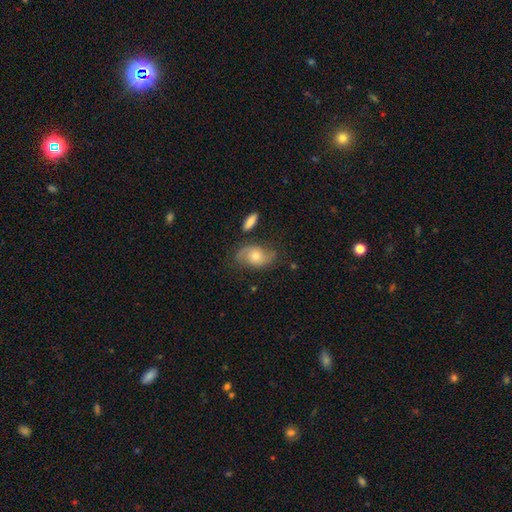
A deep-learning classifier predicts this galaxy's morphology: smooth_or_featured: featured or disk (p=0.60) [alt: smooth p=0.32]
disk_edge_on: no (p=0.95) [alt: yes p=0.05]
bar: no (p=0.75) [alt: weak p=0.21]
has_spiral_arms: yes (p=0.87) [alt: no p=0.13]
bulge_size: moderate (p=0.62) [alt: small p=0.30]
merging: none (p=0.65) [alt: minor disturbance p=0.22]